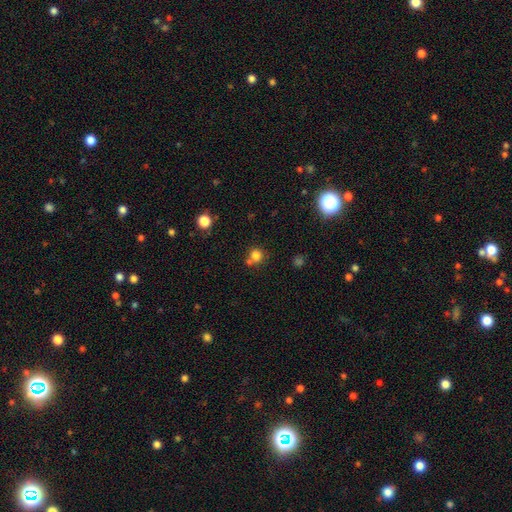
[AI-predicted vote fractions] Smooth or featured: smooth — 80% (star or artifact — 13%)
How rounded: round — 90% (in between — 9%)
Merging: none — 62% (merger — 26%)